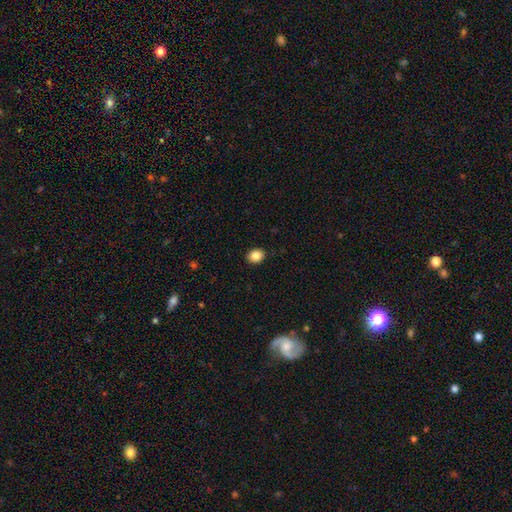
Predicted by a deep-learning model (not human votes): Morphology: type=smooth (85%); roundness=round (57%); merging=none (90%).